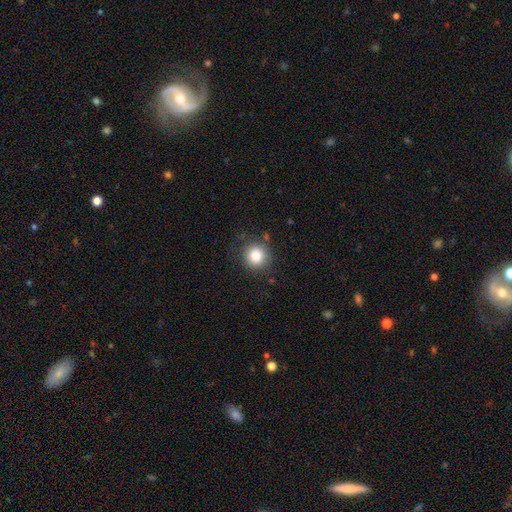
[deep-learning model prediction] smooth_or_featured: smooth (p=0.84) [alt: star or artifact p=0.10]
how_rounded: round (p=0.90) [alt: in between p=0.09]
merging: none (p=0.83) [alt: minor disturbance p=0.11]